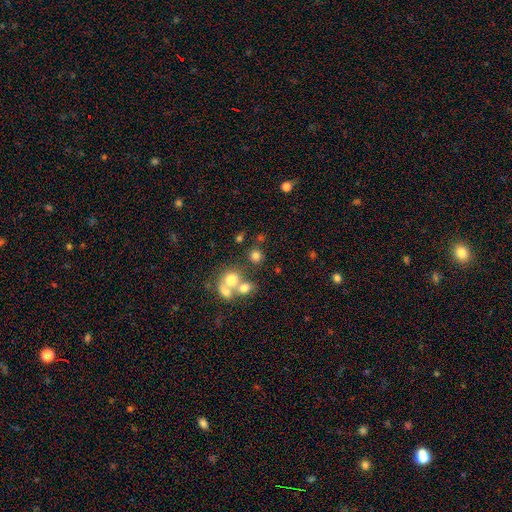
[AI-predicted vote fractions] Smooth or featured? Predicted: smooth (p=0.73). How rounded? Predicted: round (p=0.85). Merging? Predicted: none (p=0.60).